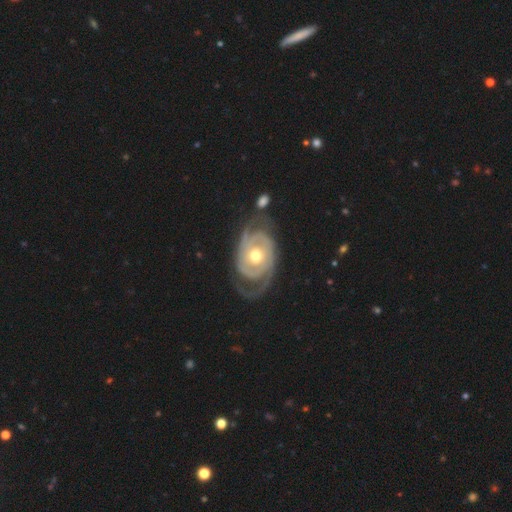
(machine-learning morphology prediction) A featured or disk galaxy (89%) with no bar (75%), 2 (72%) tight (63%) spiral arms (95%) and a moderate central bulge (77%). Merging: none (67%).